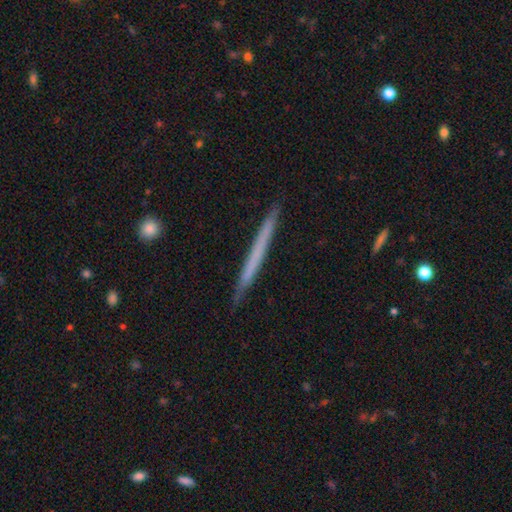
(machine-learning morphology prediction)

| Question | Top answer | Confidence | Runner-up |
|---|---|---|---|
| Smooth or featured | smooth | 46% | tied: featured or disk (46%) |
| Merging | none | 91% | minor disturbance (6%) |